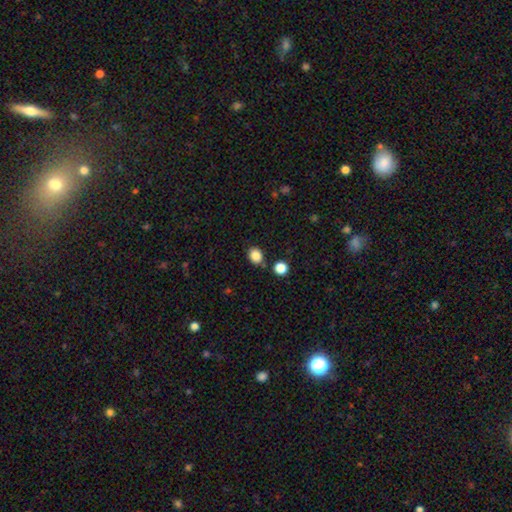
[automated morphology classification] Overall: smooth (85%). How rounded: round (56%; in between 43%). Merging: none (82%).